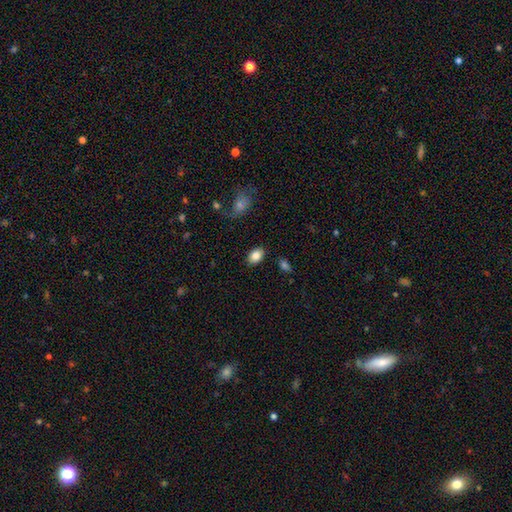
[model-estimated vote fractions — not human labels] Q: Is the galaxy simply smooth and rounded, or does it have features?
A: smooth — 84%.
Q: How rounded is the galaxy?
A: in between — 85%.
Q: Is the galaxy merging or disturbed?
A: none — 86%.